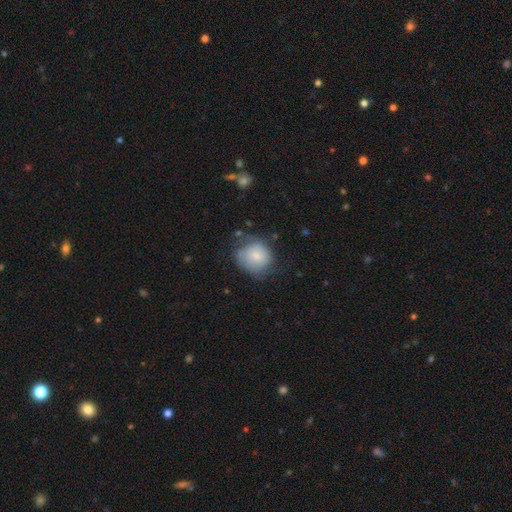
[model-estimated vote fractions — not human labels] This is likely a smooth galaxy (71%). How rounded: likely round (78%). Merging: possibly none (49%).